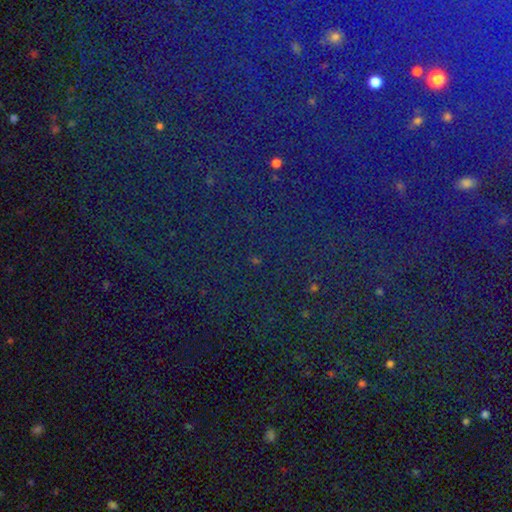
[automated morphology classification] Overall: star or artifact (81%).